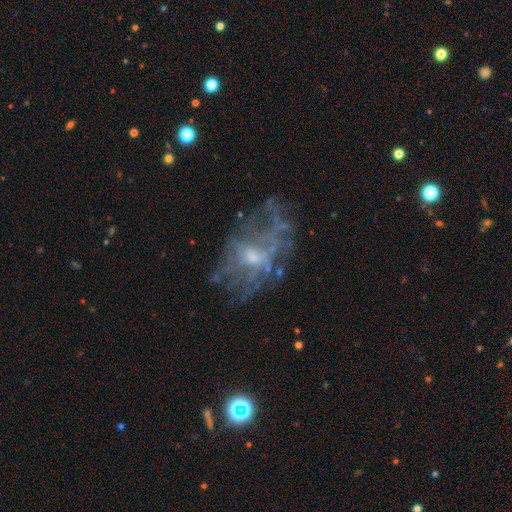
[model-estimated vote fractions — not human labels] Overall: featured or disk (63%). Edge-on disk: no (95%). Bar: no (71%). Spiral arms: no (66%; yes 34%). Bulge size: small (53%; moderate 35%). Merging: none (50%; major disturbance 27%).